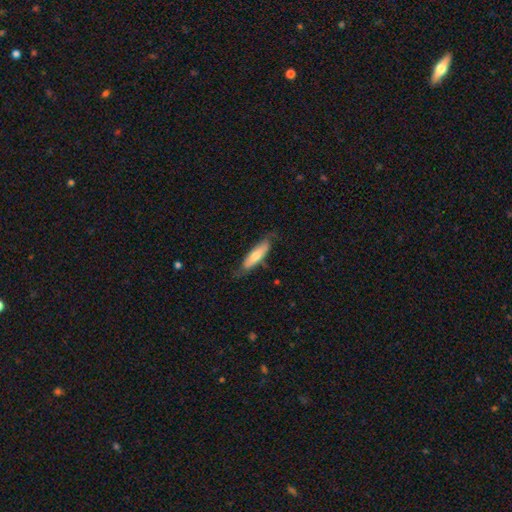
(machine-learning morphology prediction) smooth 68%, featured or disk 27%, star or artifact 5%. Down the decision tree: how rounded — cigar-shaped (60%); merging — none (70%).